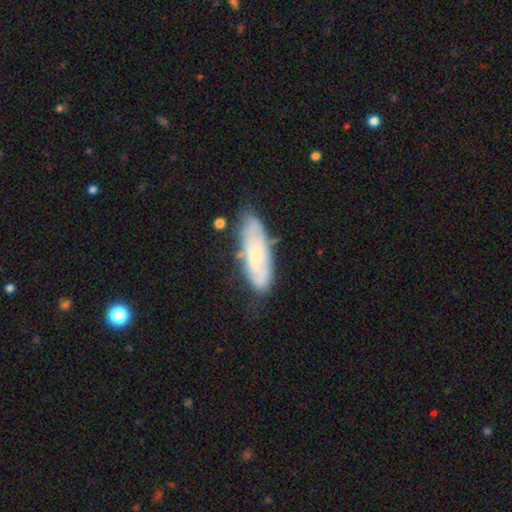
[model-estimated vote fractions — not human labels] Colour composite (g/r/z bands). It shows a smooth galaxy with no disk features (51%) that is in between round and cigar-shaped (58%). Merging: none (65%).